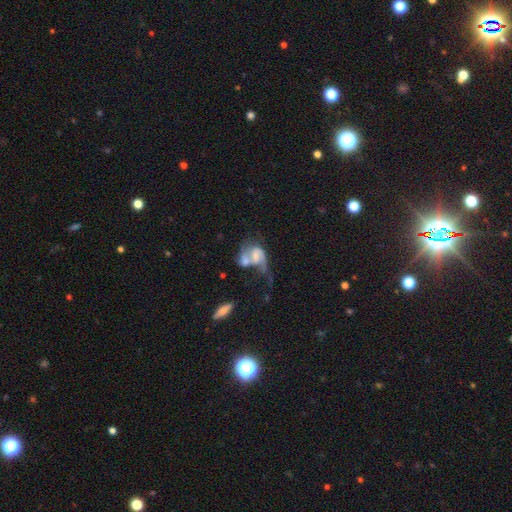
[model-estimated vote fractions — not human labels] Smooth or featured?
  - featured or disk: 71% *
  - smooth: 21%
  - star or artifact: 7%
Edge-on disk?
  - no: 97% *
  - yes: 3%
Bar?
  - no: 44% *
  - weak: 40%
  - strong: 16%
Spiral arms?
  - yes: 84% *
  - no: 16%
Spiral winding?
  - loose: 48% *
  - medium: 38%
  - tight: 14%
Spiral arm count?
  - 2: 72% *
  - 1: 17%
  - can't tell: 8%
  - 3: 2%
  - 4: 1%
  - more than 4: 1%
Bulge size?
  - small: 37% *
  - moderate: 32%
  - none: 21%
  - large: 8%
  - dominant: 2%
Merging?
  - merger: 49% *
  - major disturbance: 22%
  - none: 18%
  - minor disturbance: 12%